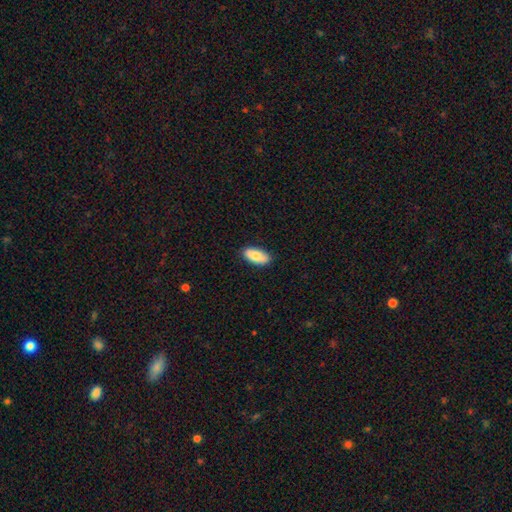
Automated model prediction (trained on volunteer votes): smooth-or-featured: smooth: 80% | featured or disk: 14% | star or artifact: 6%
  how-rounded: in between: 91% | cigar-shaped: 6% | round: 2%
  merging: none: 86% | minor disturbance: 11% | major disturbance: 2% | merger: 1%